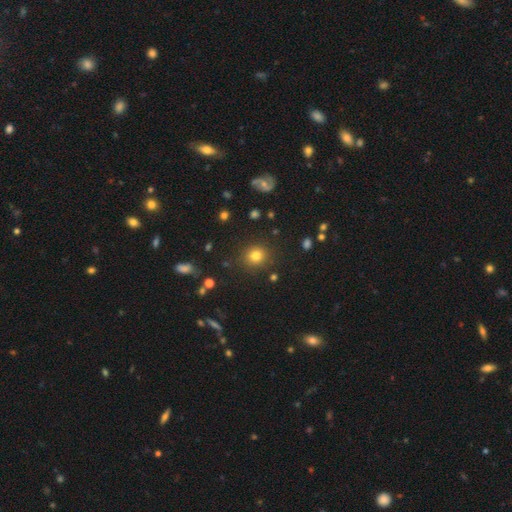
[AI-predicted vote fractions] Morphology: type=smooth (80%); roundness=round (86%); merging=none (87%).